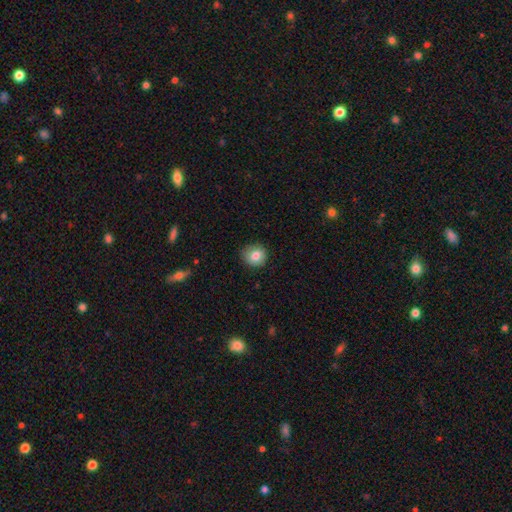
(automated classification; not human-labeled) Smooth or featured? Predicted: smooth (p=0.81). How rounded? Predicted: round (p=0.86). Merging? Predicted: none (p=0.85).